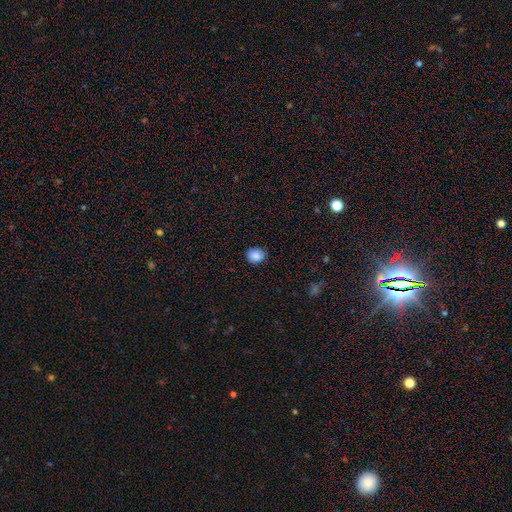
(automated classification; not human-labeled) This is clearly a smooth galaxy (87%). How rounded: likely round (61%). Merging: clearly none (86%).